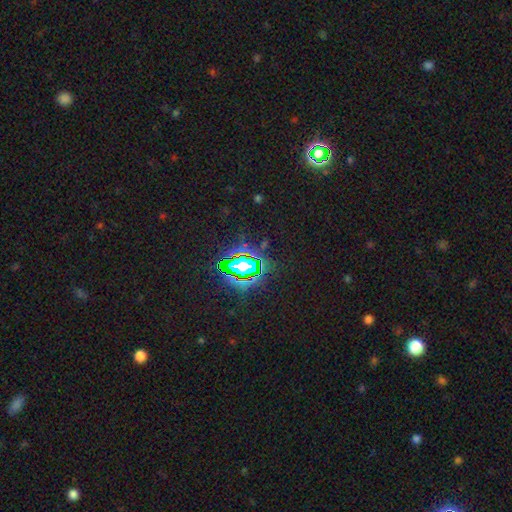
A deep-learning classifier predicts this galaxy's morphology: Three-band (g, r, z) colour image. It shows a star or artifact, not a galaxy (81%).